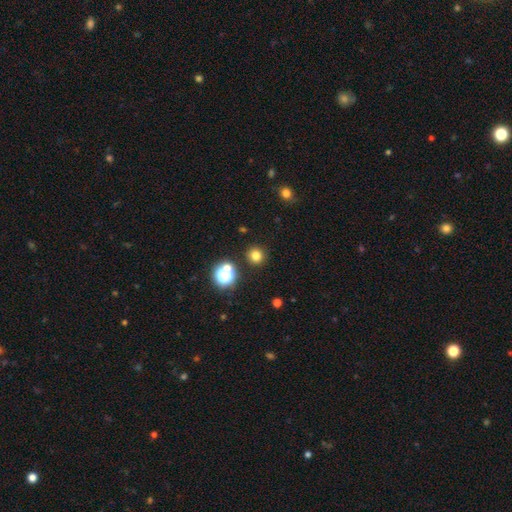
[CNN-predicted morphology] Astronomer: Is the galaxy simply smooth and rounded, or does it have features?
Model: smooth — 75%.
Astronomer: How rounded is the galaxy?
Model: round — 93%.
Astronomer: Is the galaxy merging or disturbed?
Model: none — 89%.